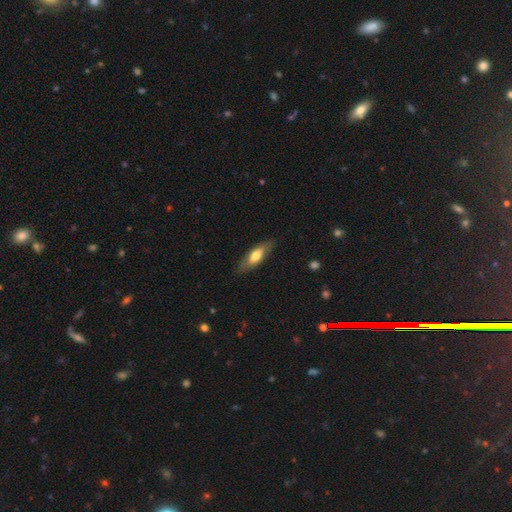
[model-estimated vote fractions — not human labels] smooth_or_featured: smooth (p=0.63) [alt: featured or disk p=0.31]
how_rounded: in between (p=0.59) [alt: cigar-shaped p=0.39]
merging: none (p=0.83) [alt: minor disturbance p=0.13]